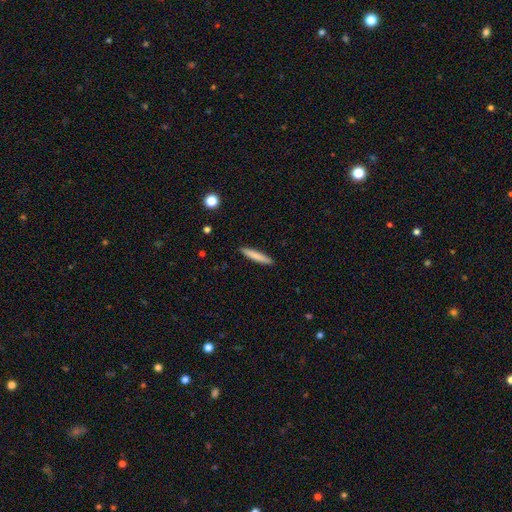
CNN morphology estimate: Smooth or featured: smooth — 80% (featured or disk — 14%)
How rounded: cigar-shaped — 93% (in between — 6%)
Merging: none — 91% (minor disturbance — 6%)